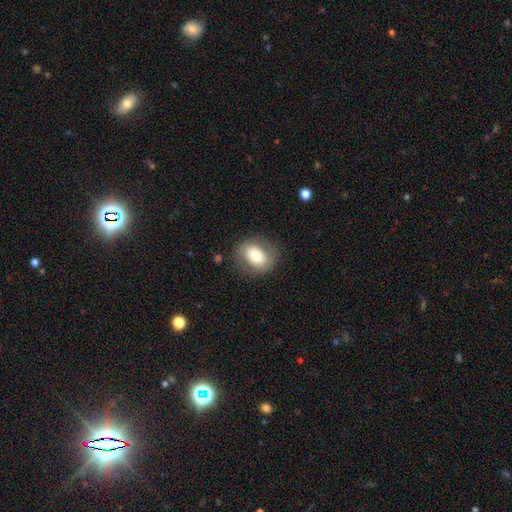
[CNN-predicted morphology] Smooth or featured? Predicted: smooth (p=0.71). How rounded? Predicted: in between (p=0.53). Merging? Predicted: none (p=0.81).